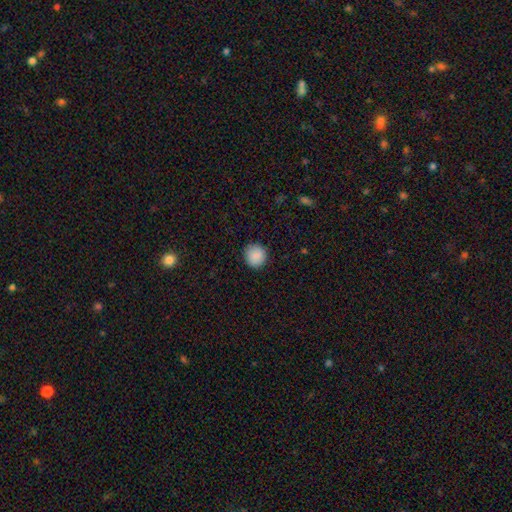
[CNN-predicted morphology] This is clearly a smooth galaxy (90%). How rounded: clearly round (92%). Merging: clearly none (91%).